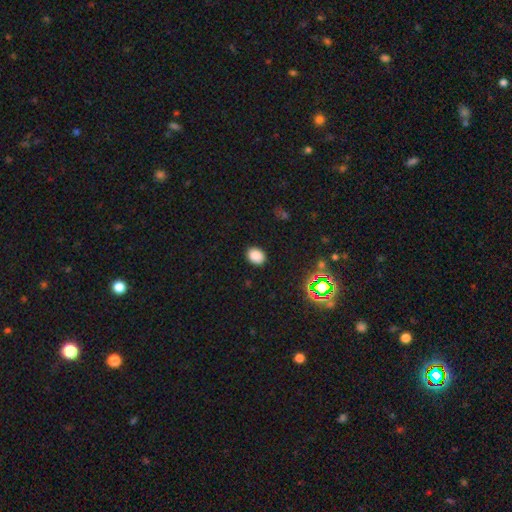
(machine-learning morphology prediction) Overall: smooth (84%). How rounded: in between (64%; round 35%). Merging: none (87%).